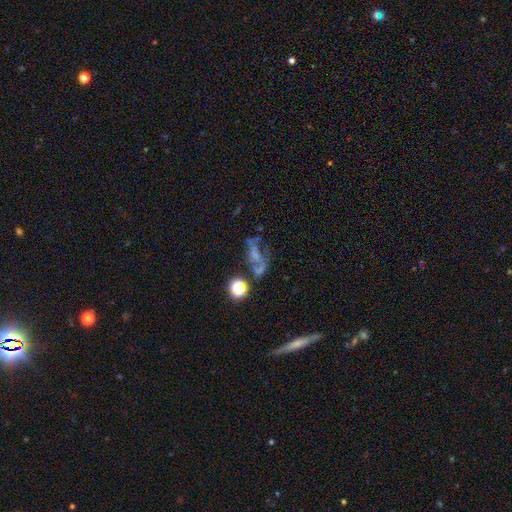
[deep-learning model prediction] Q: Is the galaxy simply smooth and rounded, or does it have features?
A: featured or disk — 46%.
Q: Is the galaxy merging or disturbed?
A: none — 36%.